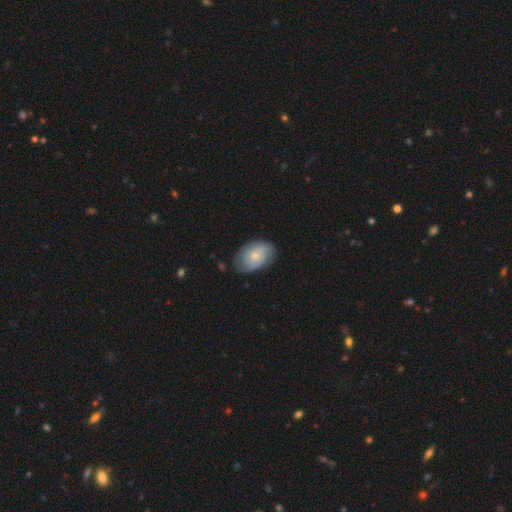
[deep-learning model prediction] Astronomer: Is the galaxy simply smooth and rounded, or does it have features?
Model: smooth — 54% (runner-up: featured or disk, 40%).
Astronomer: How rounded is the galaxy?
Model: in between — 84%.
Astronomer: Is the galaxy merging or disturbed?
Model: none — 66%.